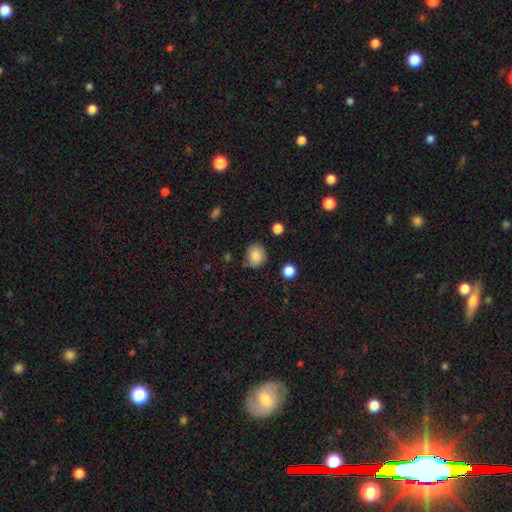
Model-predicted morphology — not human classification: Smooth or featured?
  - smooth: 85% *
  - star or artifact: 9%
  - featured or disk: 6%
How rounded?
  - round: 66% *
  - in between: 33%
  - cigar-shaped: 1%
Merging?
  - none: 80% *
  - minor disturbance: 14%
  - major disturbance: 3%
  - merger: 2%